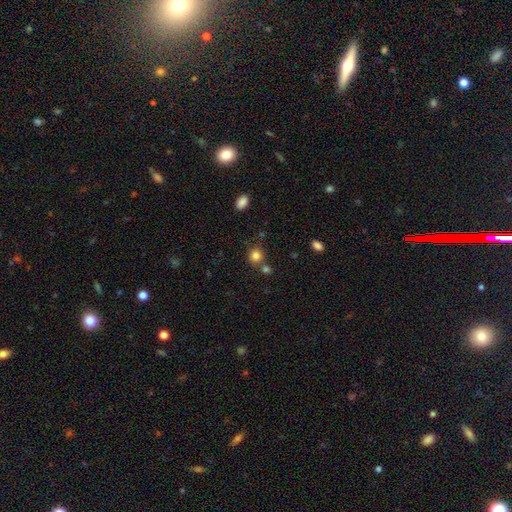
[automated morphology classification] smooth_or_featured: smooth (p=0.83) [alt: star or artifact p=0.12]
how_rounded: round (p=0.87) [alt: in between p=0.12]
merging: none (p=0.70) [alt: merger p=0.18]